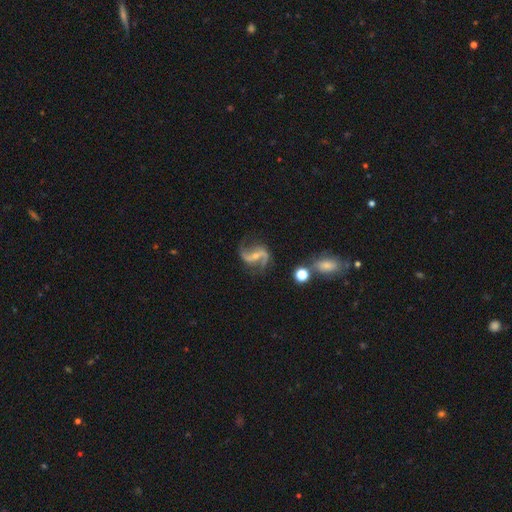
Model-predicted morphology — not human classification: The model was most divided on "bar": strong: 46%, weak: 34%, no: 20%. More confident: edge-on disk — no (97%); spiral arms — yes (97%); spiral arm count — 2 (93%); smooth or featured — featured or disk (90%); merging — none (74%); spiral winding — loose (65%); bulge size — small (63%).